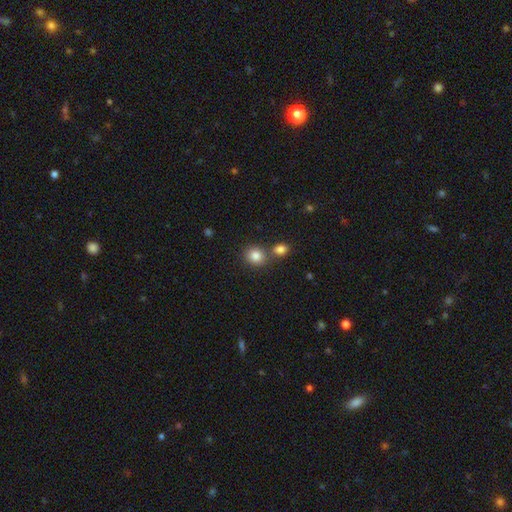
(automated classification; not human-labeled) Smooth or featured? smooth (85%)
How rounded? round (80%)
Merging? none (65%)